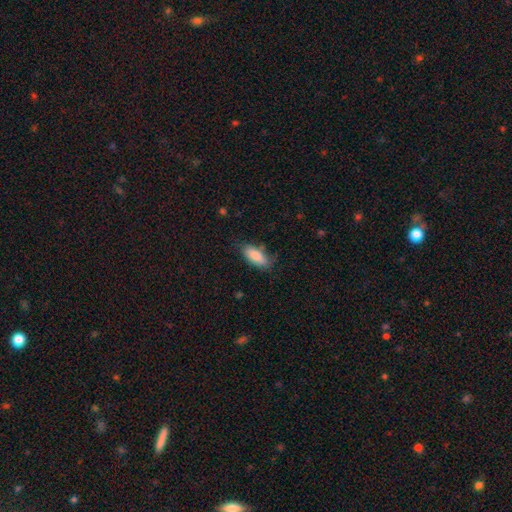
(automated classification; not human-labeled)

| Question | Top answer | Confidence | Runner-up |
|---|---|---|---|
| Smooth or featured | smooth | 84% | featured or disk (9%) |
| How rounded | in between | 86% | cigar-shaped (12%) |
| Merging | none | 67% | minor disturbance (24%) |